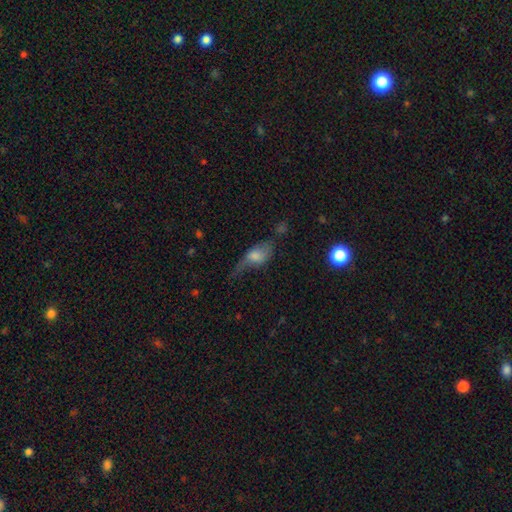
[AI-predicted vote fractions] Smooth or featured: smooth — 58% (featured or disk — 32%)
How rounded: in between — 81% (cigar-shaped — 11%)
Merging: major disturbance — 33% (none — 30%)